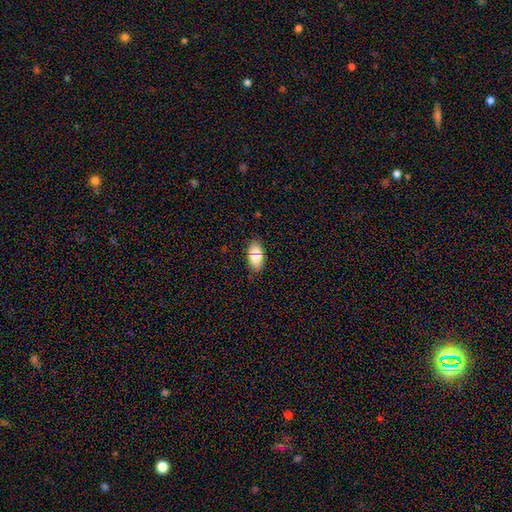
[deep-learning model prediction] Smooth or featured? smooth (83%)
How rounded? in between (91%)
Merging? none (88%)